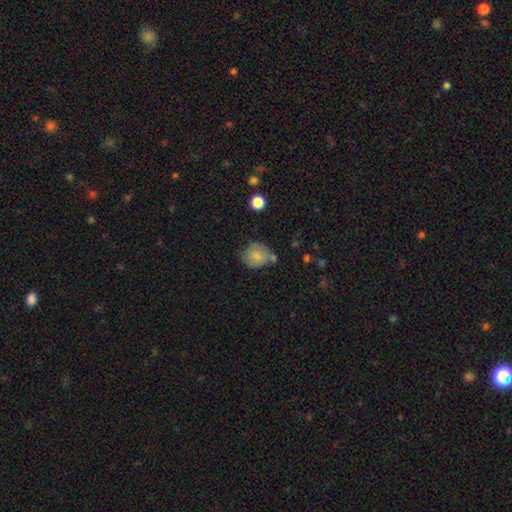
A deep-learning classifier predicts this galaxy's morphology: Smooth or featured?
  - smooth: 78% *
  - featured or disk: 14%
  - star or artifact: 8%
How rounded?
  - round: 69% *
  - in between: 30%
  - cigar-shaped: 1%
Merging?
  - none: 56% *
  - minor disturbance: 27%
  - merger: 10%
  - major disturbance: 7%